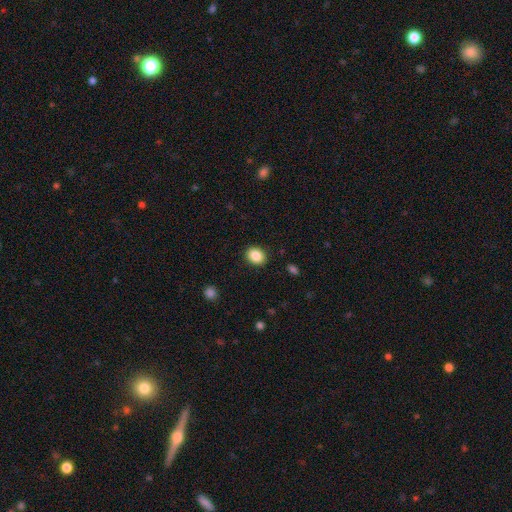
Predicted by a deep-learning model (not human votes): smooth 87%, star or artifact 9%, featured or disk 4%. Down the decision tree: how rounded — round (51%); merging — none (90%).